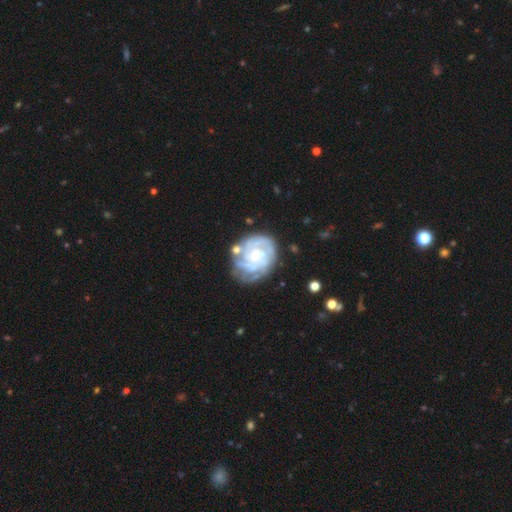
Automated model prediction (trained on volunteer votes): Overall: featured or disk (85%). Edge-on disk: no (98%). Bar: no (73%). Spiral arms: yes (95%). Spiral arm count: can't tell (30%; 3 24%). Spiral winding: tight (72%). Bulge size: small (59%; moderate 31%). Merging: none (66%).